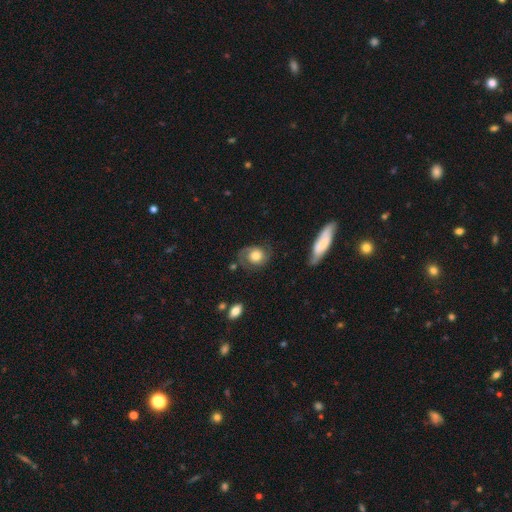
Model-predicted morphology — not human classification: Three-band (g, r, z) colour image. It shows a featured or disk galaxy (55%) with no bar (77%), spiral arms (87%) and a moderate central bulge (44%). Merging: none (61%).